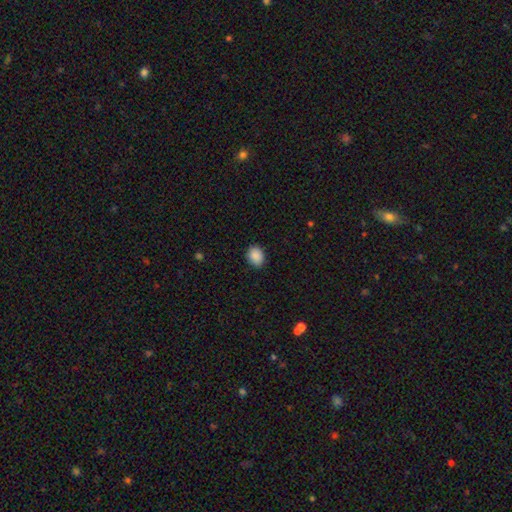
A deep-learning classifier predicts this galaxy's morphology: Smooth or featured? Predicted: smooth (p=0.89). How rounded? Predicted: in between (p=0.55). Merging? Predicted: none (p=0.88).